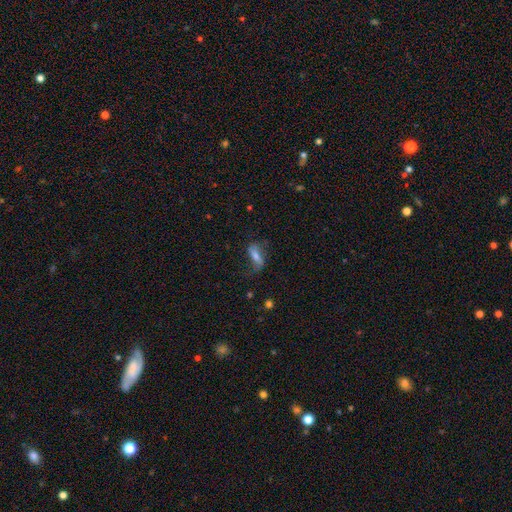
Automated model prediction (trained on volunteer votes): smooth_or_featured: smooth (p=0.47) [alt: featured or disk p=0.44]
merging: none (p=0.54) [alt: minor disturbance p=0.24]